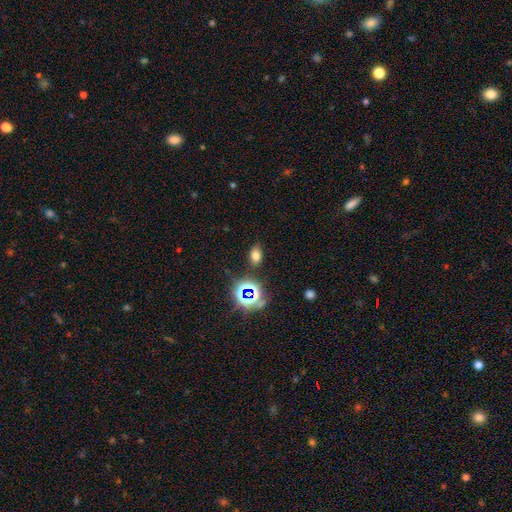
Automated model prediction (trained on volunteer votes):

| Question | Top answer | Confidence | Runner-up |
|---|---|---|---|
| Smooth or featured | smooth | 67% | star or artifact (25%) |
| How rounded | in between | 81% | round (17%) |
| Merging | none | 82% | minor disturbance (11%) |